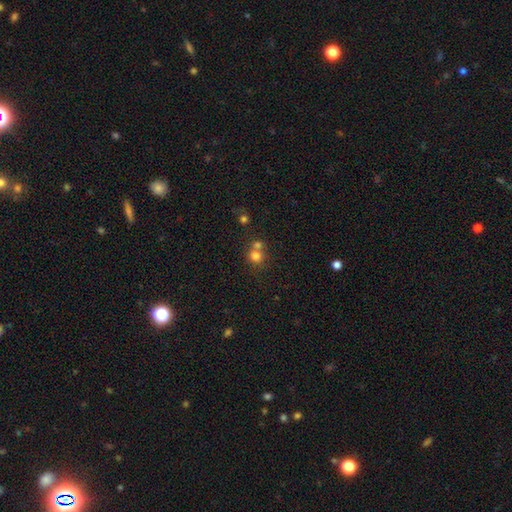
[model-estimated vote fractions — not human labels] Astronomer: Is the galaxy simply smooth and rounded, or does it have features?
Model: smooth — 76%.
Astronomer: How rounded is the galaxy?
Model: round — 85%.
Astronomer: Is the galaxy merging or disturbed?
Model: none — 46% (runner-up: merger, 45%).